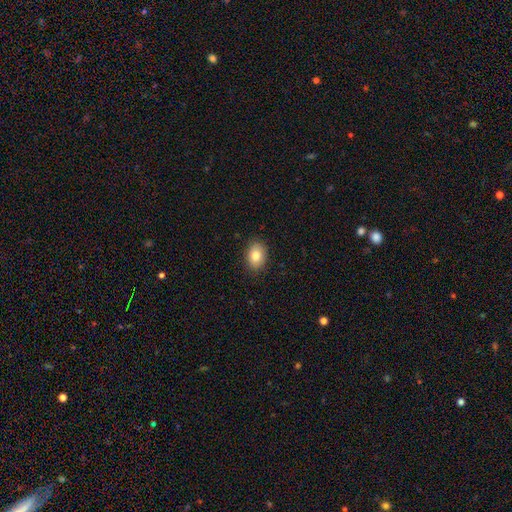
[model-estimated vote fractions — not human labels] This appears to be a smooth galaxy with no disk features (84%) that is in between round and cigar-shaped (75%). Merging: none (88%).